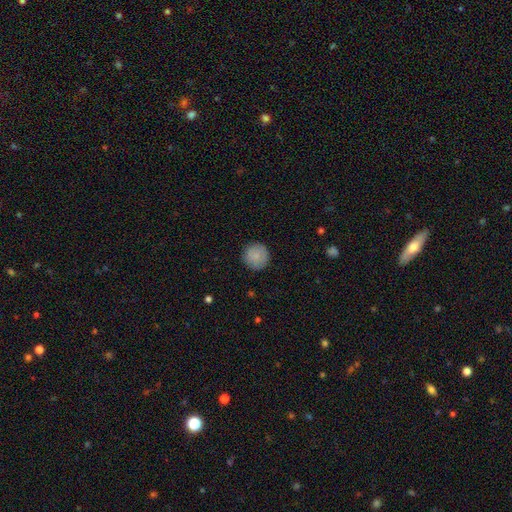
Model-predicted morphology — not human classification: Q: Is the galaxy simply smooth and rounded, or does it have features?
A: smooth — 88%.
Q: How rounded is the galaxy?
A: round — 95%.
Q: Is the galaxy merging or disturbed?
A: none — 90%.